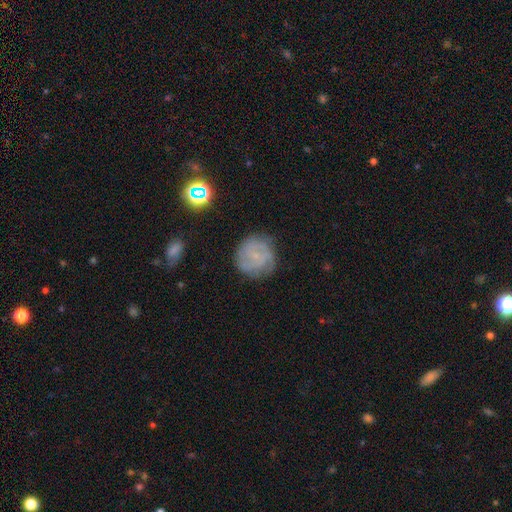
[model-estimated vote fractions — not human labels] Q: Smooth or featured?
A: featured or disk (61%); runner-up: smooth (29%)
Q: Edge-on disk?
A: no (98%); runner-up: yes (2%)
Q: Bar?
A: no (71%); runner-up: weak (24%)
Q: Spiral arms?
A: yes (85%); runner-up: no (15%)
Q: Spiral winding?
A: tight (53%); runner-up: medium (35%)
Q: Spiral arm count?
A: can't tell (40%); runner-up: 3 (21%)
Q: Bulge size?
A: small (77%); runner-up: none (12%)
Q: Merging?
A: none (73%); runner-up: minor disturbance (18%)